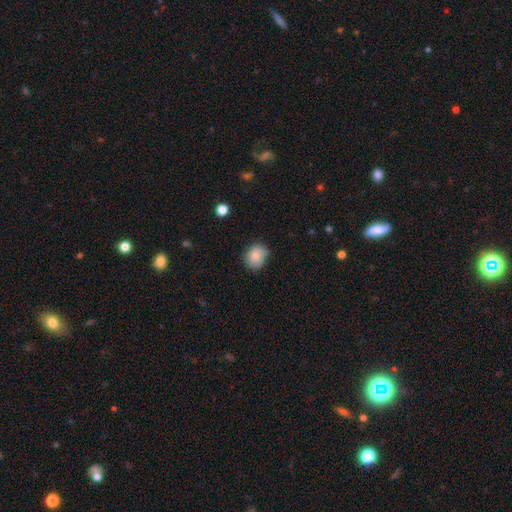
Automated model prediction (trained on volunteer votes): Smooth or featured? smooth (80%)
How rounded? round (66%)
Merging? none (71%)